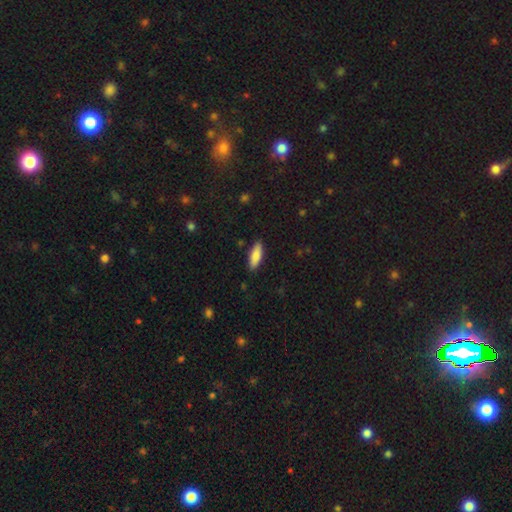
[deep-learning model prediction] The model was most divided on "how rounded": in between: 61%, cigar-shaped: 37%, round: 2%. More confident: merging — none (88%); smooth or featured — smooth (83%).